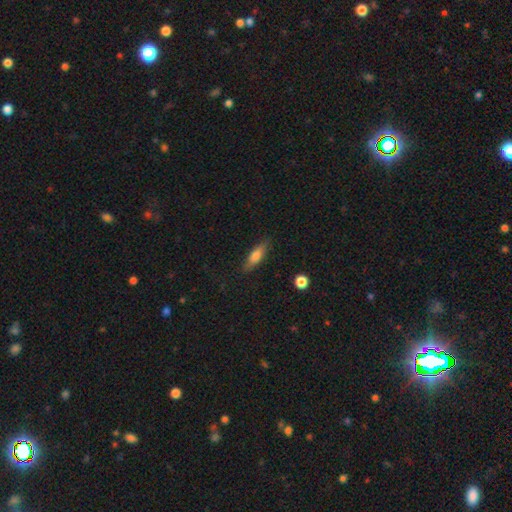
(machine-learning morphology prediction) A smooth galaxy with no disk features (69%) that is cigar-shaped (55%). Merging: none (83%).